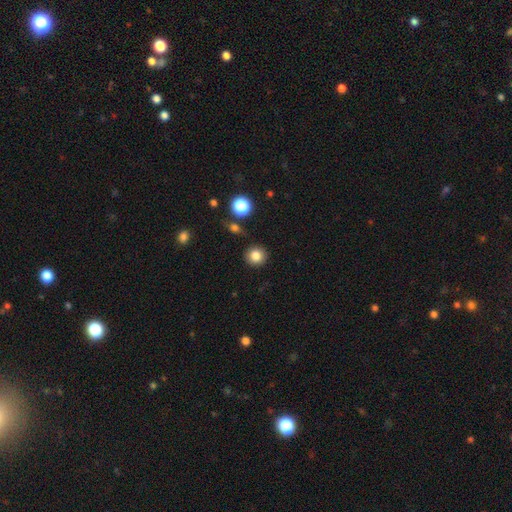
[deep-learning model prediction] Smooth or featured: smooth — 83% (star or artifact — 11%)
How rounded: round — 91% (in between — 8%)
Merging: none — 88% (minor disturbance — 7%)